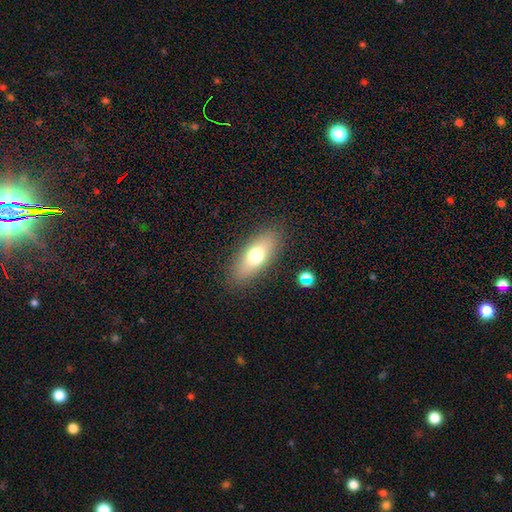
smooth-or-featured: smooth: 72% | featured or disk: 22% | star or artifact: 5%
  how-rounded: in between: 76% | cigar-shaped: 21% | round: 3%
  merging: none: 79% | minor disturbance: 16% | major disturbance: 5% | merger: 0%